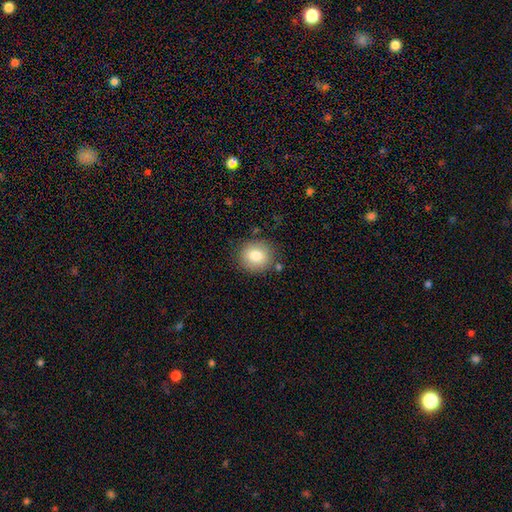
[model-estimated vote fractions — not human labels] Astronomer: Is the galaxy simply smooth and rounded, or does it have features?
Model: smooth — 81%.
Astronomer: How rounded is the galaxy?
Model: round — 83%.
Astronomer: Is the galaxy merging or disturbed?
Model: none — 84%.